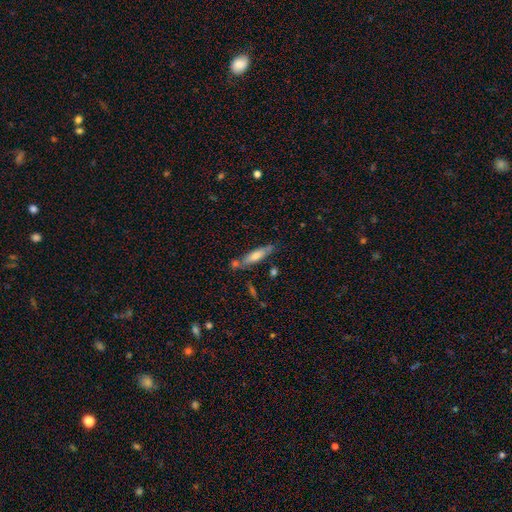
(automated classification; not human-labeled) This appears to be a smooth galaxy with no disk features (60%) that is cigar-shaped (71%). Merging: none (66%).